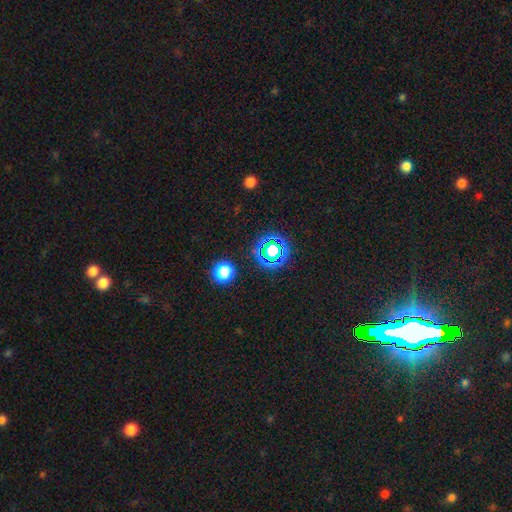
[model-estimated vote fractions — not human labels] Morphology: type=star or artifact (77%).